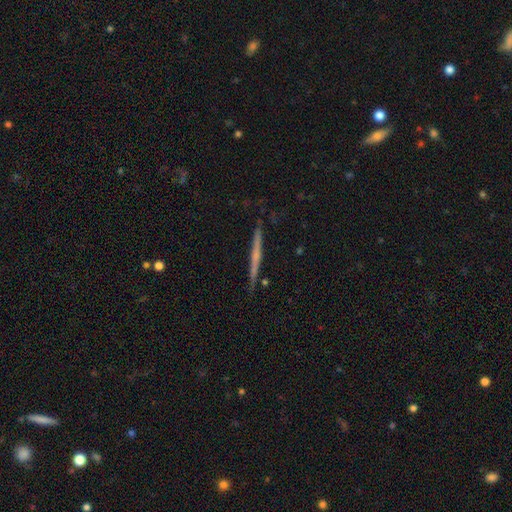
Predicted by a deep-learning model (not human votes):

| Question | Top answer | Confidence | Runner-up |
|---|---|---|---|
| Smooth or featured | featured or disk | 60% | smooth (34%) |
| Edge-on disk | yes | 98% | no (2%) |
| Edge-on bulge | none | 75% | rounded (18%) |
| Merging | none | 87% | minor disturbance (10%) |